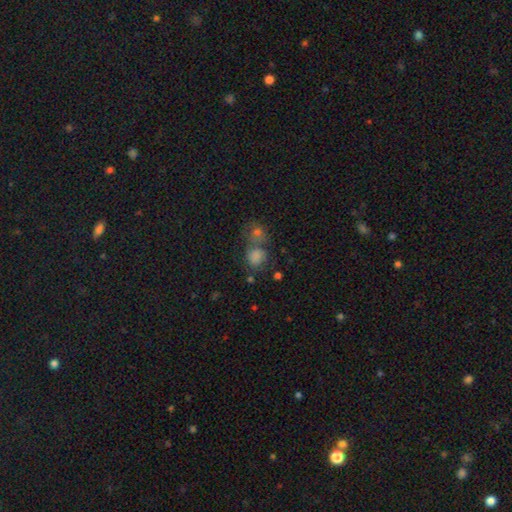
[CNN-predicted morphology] This appears to be a smooth galaxy with no disk features (63%) that is round (72%). Merging: none (44%).